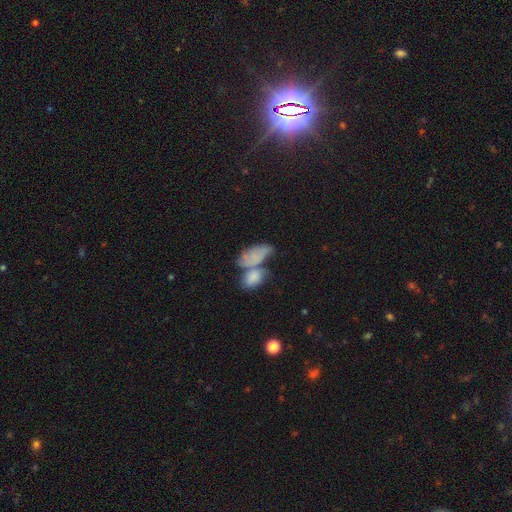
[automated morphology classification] This appears to be a smooth galaxy with no disk features (63%) that is in between round and cigar-shaped (89%). Merging: merger (49%).